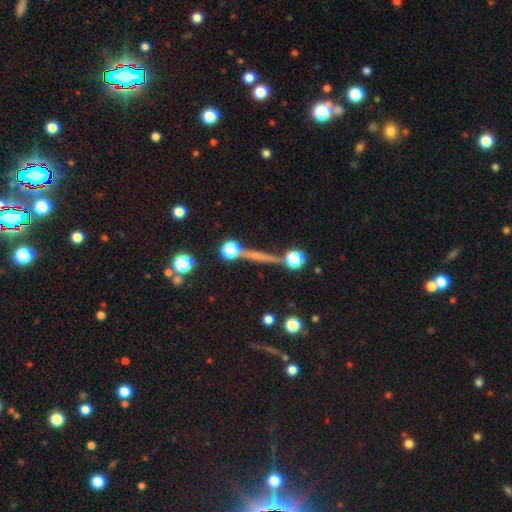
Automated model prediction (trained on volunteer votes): Smooth or featured? featured or disk (38%)
Merging? none (77%)